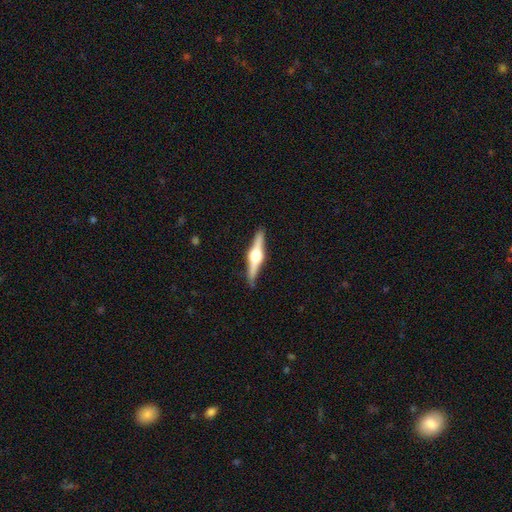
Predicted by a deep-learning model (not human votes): Smooth or featured? featured or disk (81%)
Edge-on disk? yes (98%)
Edge-on bulge? rounded (95%)
Merging? none (90%)